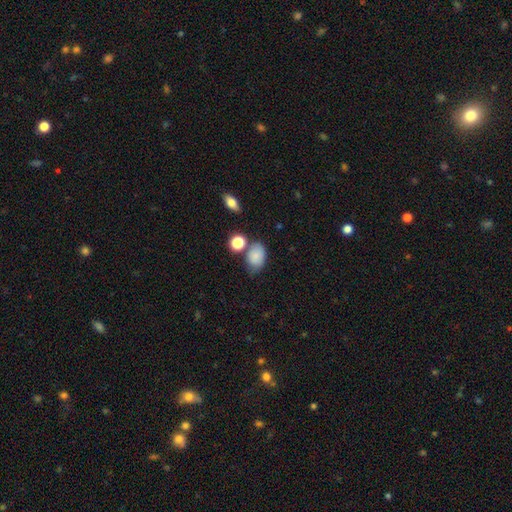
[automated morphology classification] The model was most divided on "merging": none: 62%, minor disturbance: 20%, merger: 12%, major disturbance: 6%. More confident: smooth or featured — smooth (83%); how rounded — in between (82%).